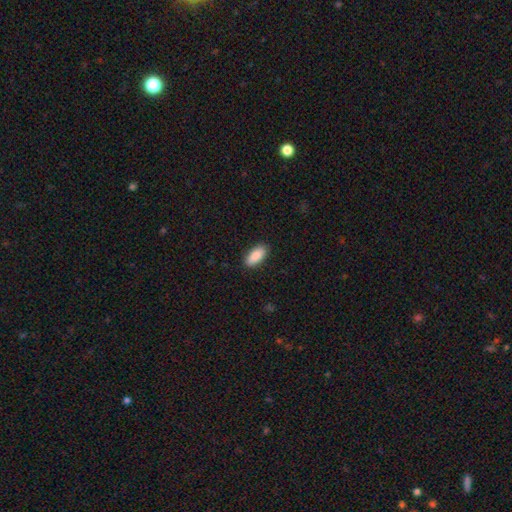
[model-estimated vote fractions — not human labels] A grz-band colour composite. It shows a smooth galaxy with no disk features (89%) that is in between round and cigar-shaped (89%). Merging: none (89%).